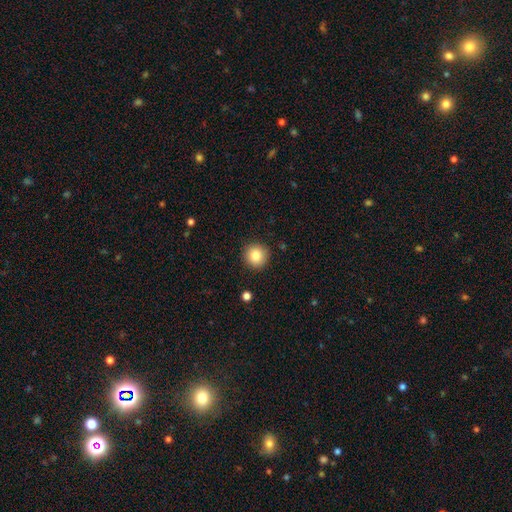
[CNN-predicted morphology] type=smooth (84%); roundness=round (94%); merging=none (91%).